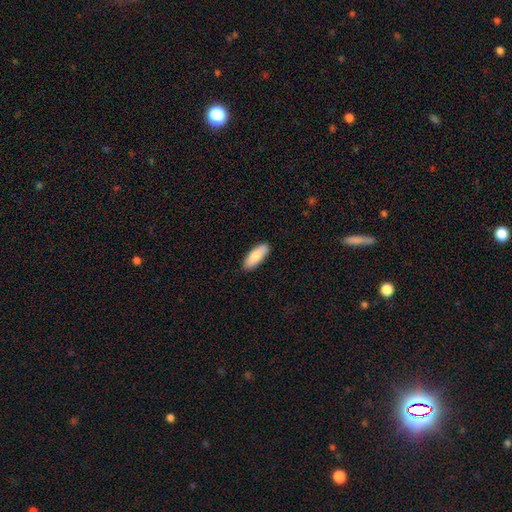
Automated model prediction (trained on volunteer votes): smooth-or-featured: smooth: 87% | featured or disk: 8% | star or artifact: 5%
  how-rounded: in between: 69% | cigar-shaped: 29% | round: 2%
  merging: none: 88% | minor disturbance: 9% | major disturbance: 2% | merger: 1%